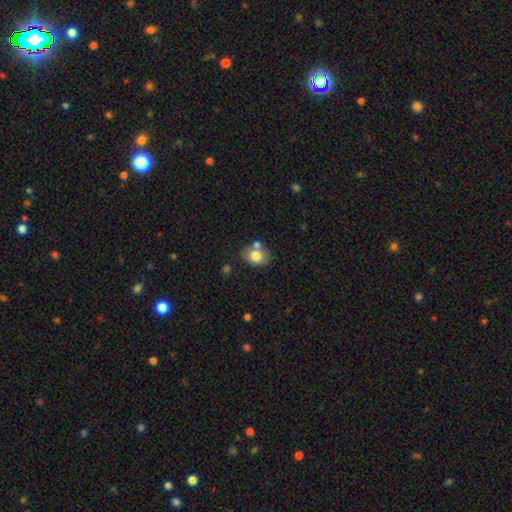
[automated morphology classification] A smooth galaxy with no disk features (77%) that is in between round and cigar-shaped (63%). Merging: none (64%).